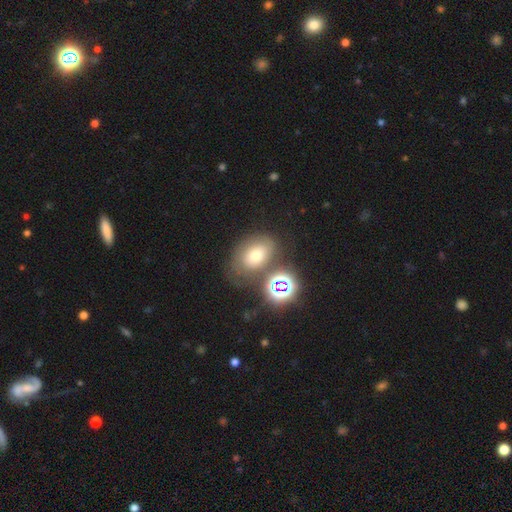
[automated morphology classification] smooth_or_featured: smooth (p=0.55) [alt: star or artifact p=0.24]
how_rounded: in between (p=0.74) [alt: round p=0.24]
merging: none (p=0.61) [alt: minor disturbance p=0.18]